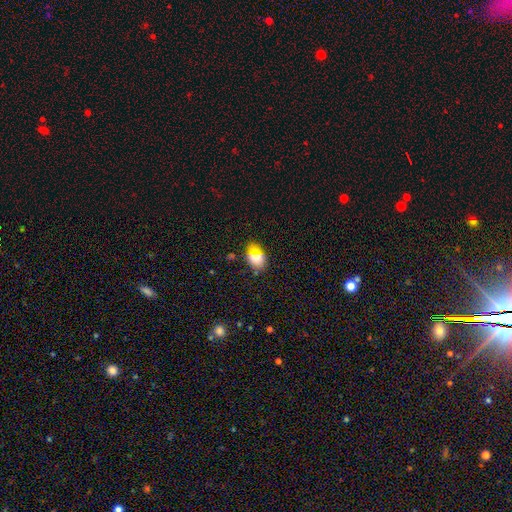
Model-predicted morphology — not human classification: smooth-or-featured: smooth: 75% | star or artifact: 13% | featured or disk: 13%
  how-rounded: in between: 81% | round: 17% | cigar-shaped: 2%
  merging: none: 78% | minor disturbance: 15% | major disturbance: 4% | merger: 3%